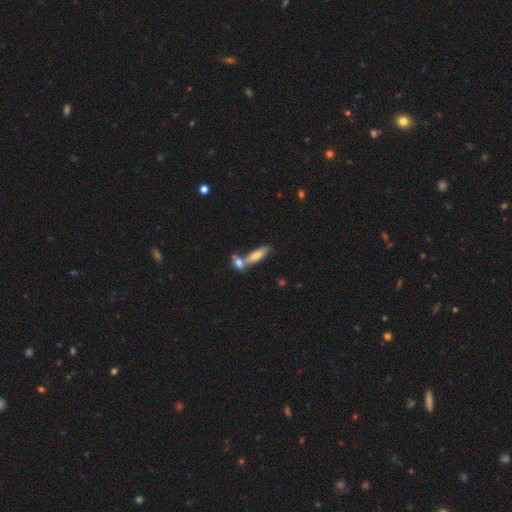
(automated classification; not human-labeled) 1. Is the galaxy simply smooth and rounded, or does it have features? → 59% smooth, 32% featured or disk, 9% star or artifact.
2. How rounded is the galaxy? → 53% cigar-shaped, 44% in between, 3% round.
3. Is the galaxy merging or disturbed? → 44% merger, 43% none, 9% minor disturbance, 3% major disturbance.